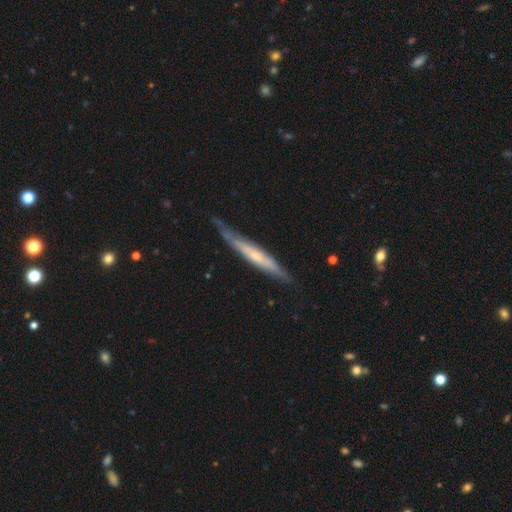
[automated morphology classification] A featured or disk galaxy (62%) viewed edge-on (87%) with no central bulge (48%).

Vote fractions:
- Smooth or featured? featured or disk: 62% / smooth: 33% / star or artifact: 5%
- Edge-on disk? yes: 87% / no: 13%
- Edge-on bulge? none: 48% / rounded: 45% / boxy: 7%
- Merging? none: 70% / minor disturbance: 24% / major disturbance: 5% / merger: 2%